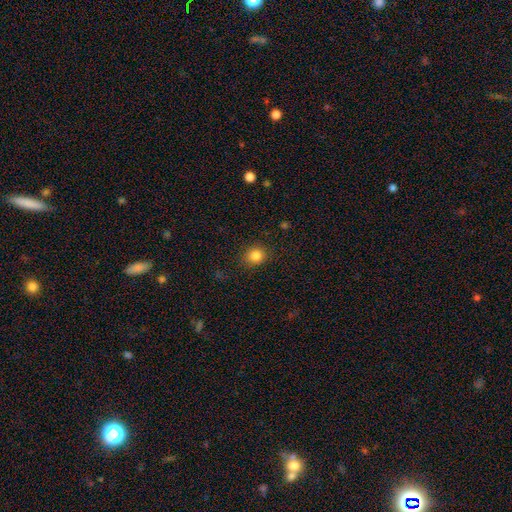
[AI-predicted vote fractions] A smooth galaxy with no disk features (84%) that is round (83%). Merging: none (88%).